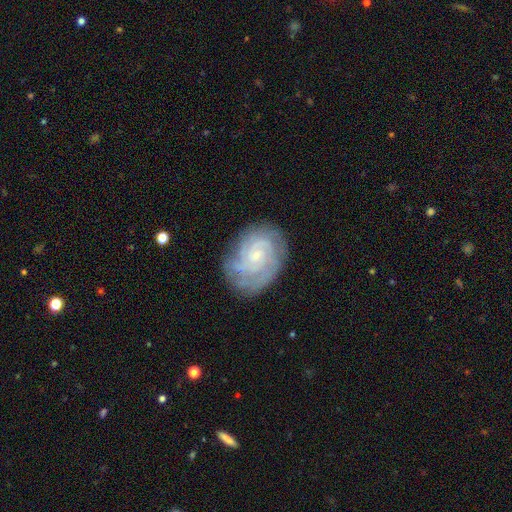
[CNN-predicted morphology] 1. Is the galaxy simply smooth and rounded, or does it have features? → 80% featured or disk, 13% smooth, 7% star or artifact.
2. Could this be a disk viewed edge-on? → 97% no, 3% yes.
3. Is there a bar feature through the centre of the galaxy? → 69% no, 27% weak, 4% strong.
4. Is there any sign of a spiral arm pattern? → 95% yes, 5% no.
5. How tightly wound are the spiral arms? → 70% tight, 25% medium, 5% loose.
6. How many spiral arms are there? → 32% can't tell, 22% 3, 18% 2, 16% 4, 6% more than 4, 6% 1.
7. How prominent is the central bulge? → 75% small, 19% moderate, 5% none, 1% large, 1% dominant.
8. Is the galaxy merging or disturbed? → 76% none, 17% minor disturbance, 6% major disturbance, 1% merger.